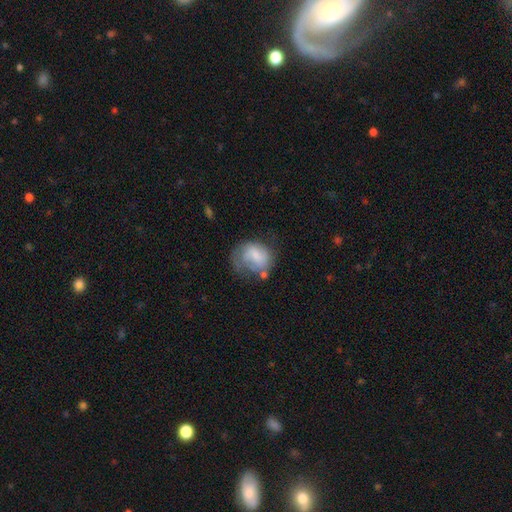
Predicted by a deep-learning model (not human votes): Smooth or featured: smooth — 54% (featured or disk — 38%)
How rounded: round — 57% (in between — 42%)
Merging: none — 36% (minor disturbance — 29%)